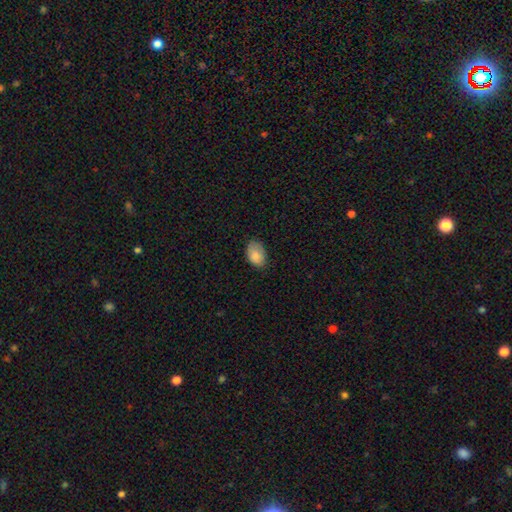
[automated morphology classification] Smooth or featured? smooth (84%)
How rounded? in between (87%)
Merging? none (72%)